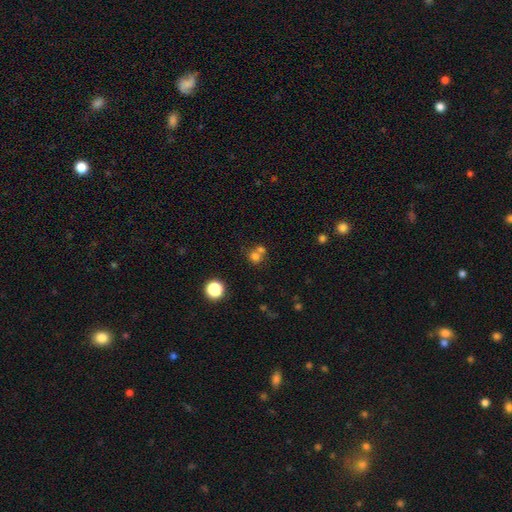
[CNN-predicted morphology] Overall: smooth (70%). How rounded: round (82%). Merging: merger (46%; none 44%).